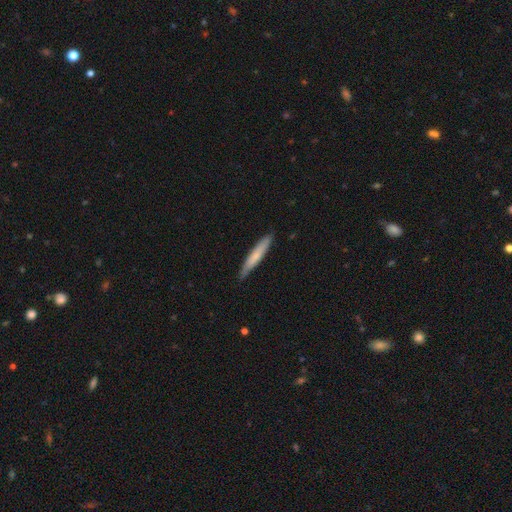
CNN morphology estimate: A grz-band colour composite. It shows a smooth galaxy with no disk features (66%) that is cigar-shaped (93%). Merging: none (86%).